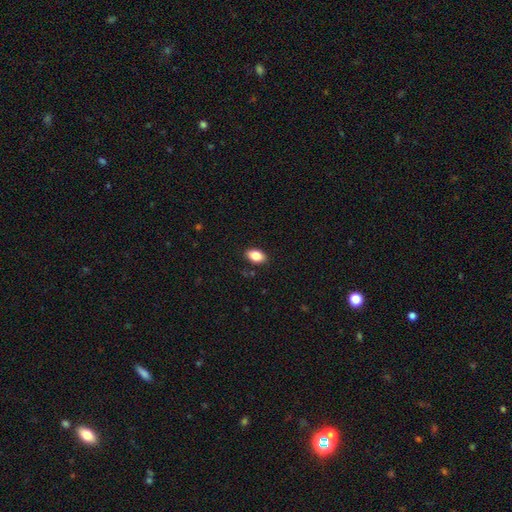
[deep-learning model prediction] This appears to be a smooth galaxy with no disk features (85%) that is in between round and cigar-shaped (91%). Merging: none (88%).